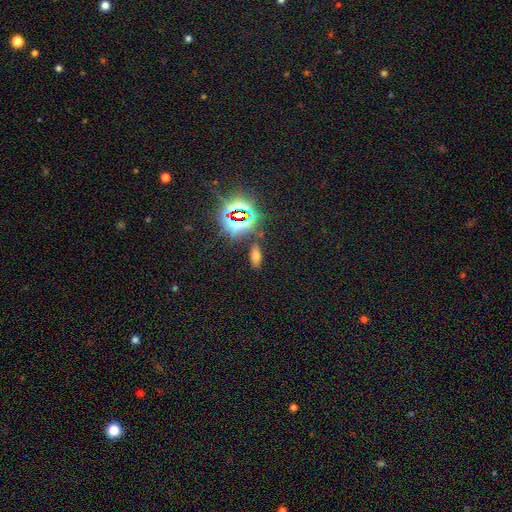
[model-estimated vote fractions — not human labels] Overall: smooth (57%; star or artifact 33%). How rounded: in between (80%). Merging: none (84%).